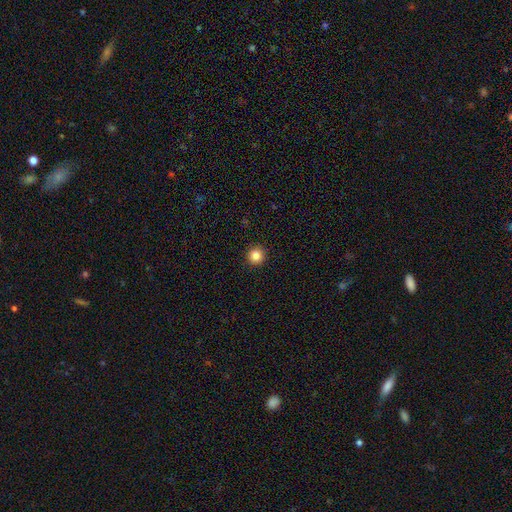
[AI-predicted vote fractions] This is clearly a smooth galaxy (86%). How rounded: clearly round (95%). Merging: clearly none (93%).